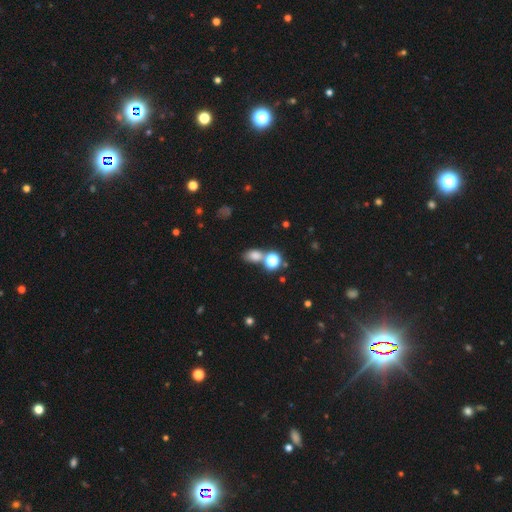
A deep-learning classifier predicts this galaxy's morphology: This is likely a smooth galaxy (72%). How rounded: likely in between (67%). Merging: possibly none (54%).